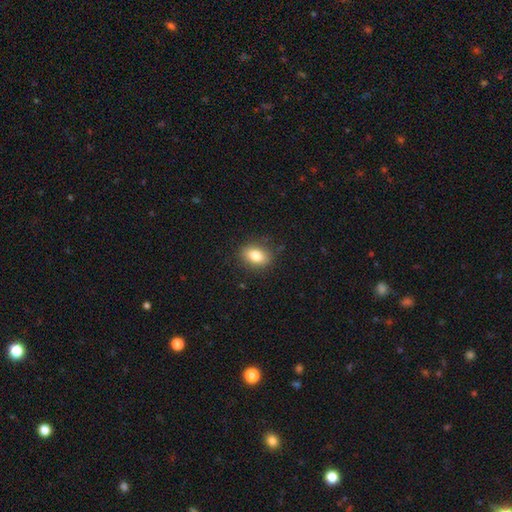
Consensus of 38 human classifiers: smooth_or_featured: smooth (p=0.89) [alt: featured or disk p=0.08]
how_rounded: in between (p=0.79) [alt: round p=0.21]
merging: none (p=0.78) [alt: minor disturbance p=0.11]